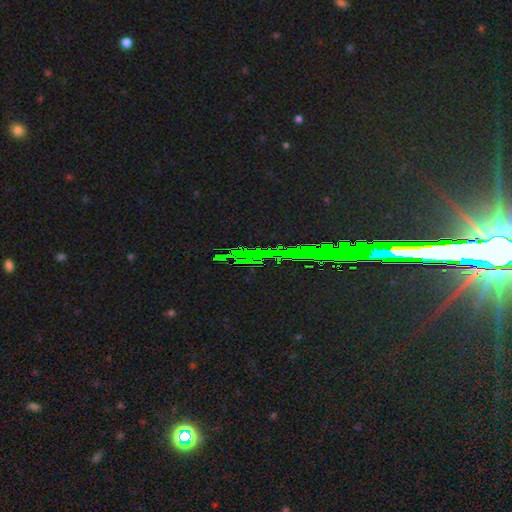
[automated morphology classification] smooth_or_featured: star or artifact (p=0.78) [alt: smooth p=0.11]